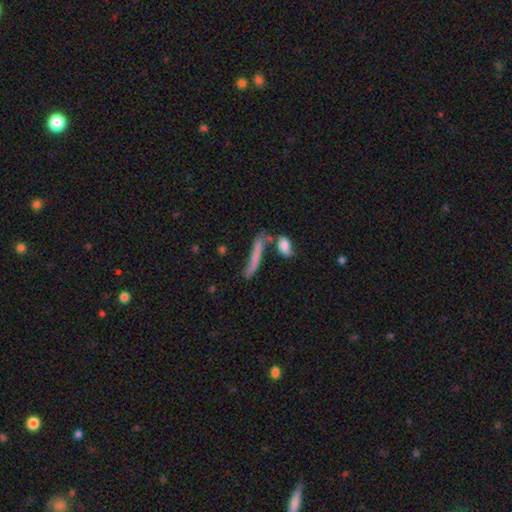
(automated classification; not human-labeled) Smooth or featured? Predicted: smooth (p=0.60). How rounded? Predicted: cigar-shaped (p=0.87). Merging? Predicted: none (p=0.47).